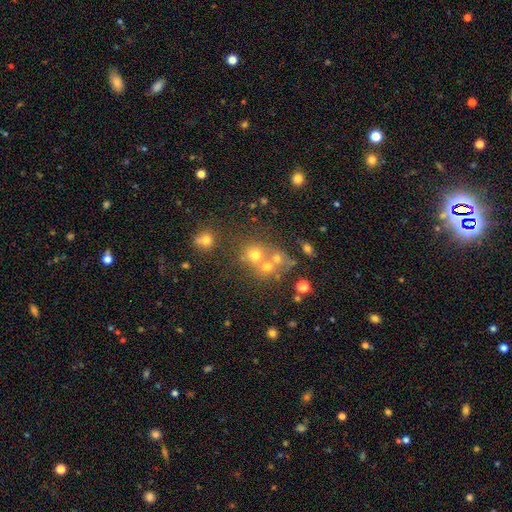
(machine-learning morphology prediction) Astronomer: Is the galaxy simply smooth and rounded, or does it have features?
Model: smooth — 60%.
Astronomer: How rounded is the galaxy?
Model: round — 78%.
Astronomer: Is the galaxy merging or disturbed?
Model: merger — 44% (runner-up: none, 43%).